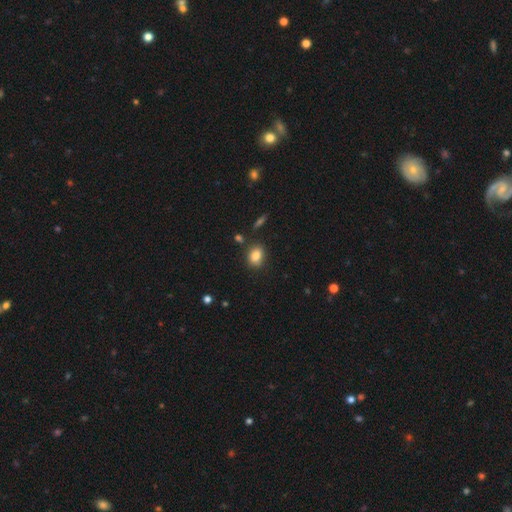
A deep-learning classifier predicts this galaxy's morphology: smooth 84%, star or artifact 9%, featured or disk 7%. Down the decision tree: how rounded — in between (62%); merging — none (80%).